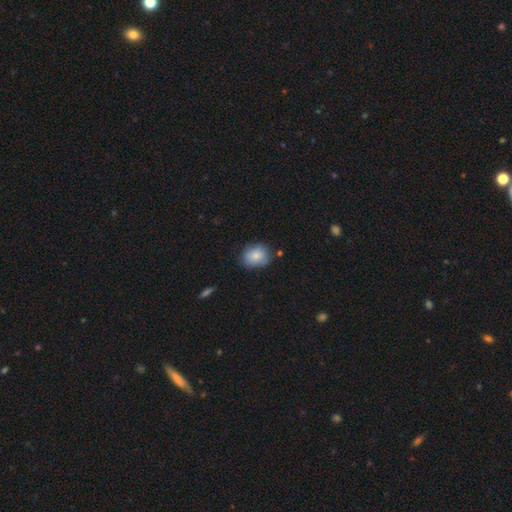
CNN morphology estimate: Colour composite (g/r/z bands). It shows a smooth galaxy with no disk features (82%) that is round (51%). Merging: none (73%).